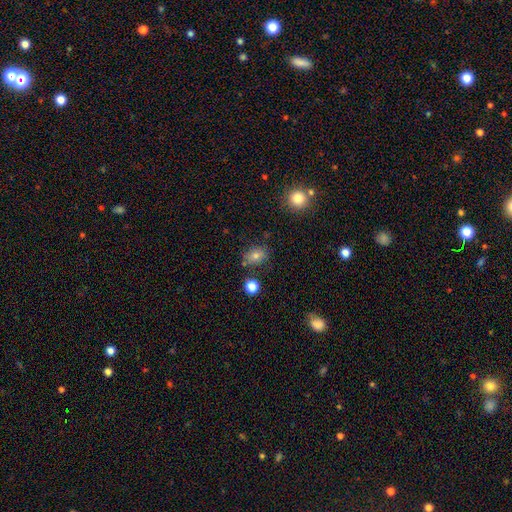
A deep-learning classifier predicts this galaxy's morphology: A smooth galaxy with no disk features (76%) that is in between round and cigar-shaped (51%). Merging: none (77%).